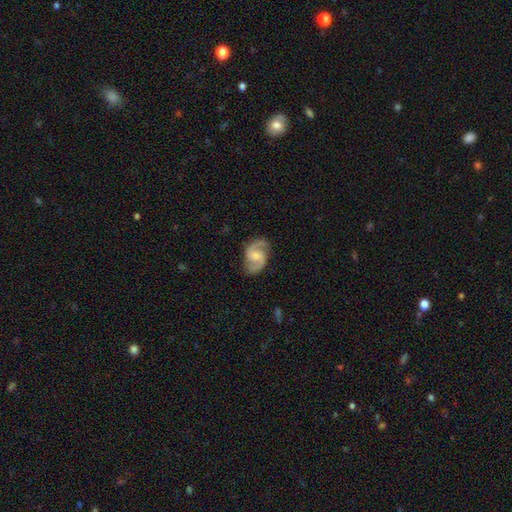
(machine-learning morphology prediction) A featured or disk galaxy (87%) with a weak bar (49%), 2 (94%) medium (59%) spiral arms (97%) and a moderate central bulge (39%).

Vote fractions:
- Smooth or featured? featured or disk: 87% / smooth: 8% / star or artifact: 5%
- Edge-on disk? no: 98% / yes: 2%
- Bar? weak: 49% / no: 40% / strong: 12%
- Spiral arms? yes: 97% / no: 3%
- Spiral winding? medium: 59% / loose: 24% / tight: 17%
- Spiral arm count? 2: 94% / can't tell: 2% / 1: 1% / 3: 1% / 4: 1% / more than 4: 1%
- Bulge size? moderate: 39% / small: 36% / none: 18% / large: 6% / dominant: 1%
- Merging? none: 81% / minor disturbance: 14% / major disturbance: 4% / merger: 1%